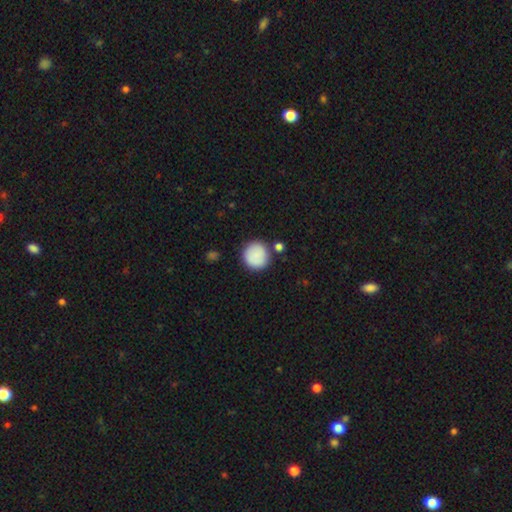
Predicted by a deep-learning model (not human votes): This appears to be a smooth galaxy with no disk features (88%) that is round (94%). Merging: none (81%).